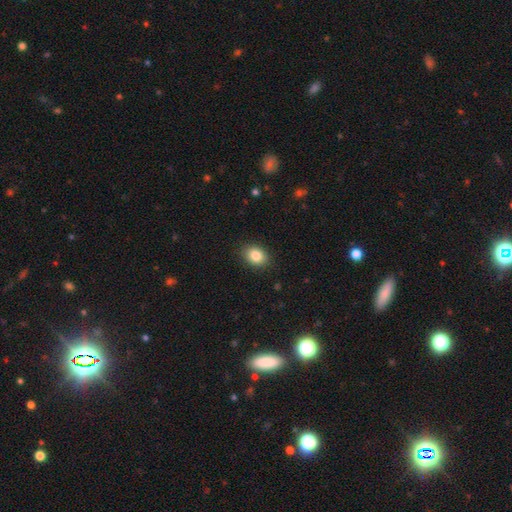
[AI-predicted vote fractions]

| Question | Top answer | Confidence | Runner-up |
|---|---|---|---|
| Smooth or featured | smooth | 85% | star or artifact (9%) |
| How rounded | in between | 67% | round (32%) |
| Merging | none | 88% | minor disturbance (9%) |